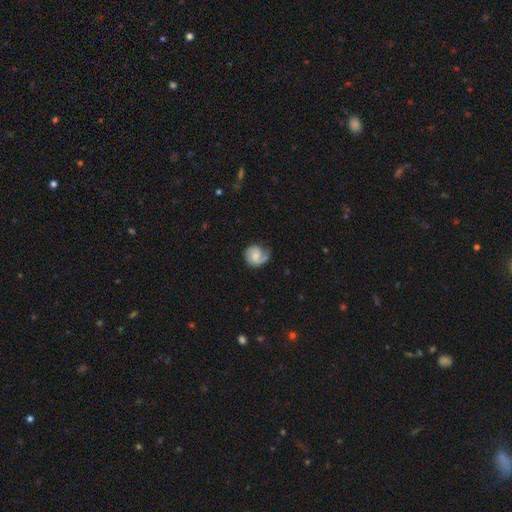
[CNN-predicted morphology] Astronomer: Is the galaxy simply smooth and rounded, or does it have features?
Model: featured or disk — 62%.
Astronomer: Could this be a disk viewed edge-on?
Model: no — 98%.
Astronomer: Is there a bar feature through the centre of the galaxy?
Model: no — 54% (runner-up: weak, 39%).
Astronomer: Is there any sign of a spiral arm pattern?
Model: yes — 93%.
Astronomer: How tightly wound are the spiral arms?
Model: medium — 41% (runner-up: tight, 34%).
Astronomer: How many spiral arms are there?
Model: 2 — 49% (runner-up: 1, 42%).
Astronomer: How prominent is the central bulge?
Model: small — 37% (runner-up: moderate, 35%).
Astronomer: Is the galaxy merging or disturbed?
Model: none — 60%.